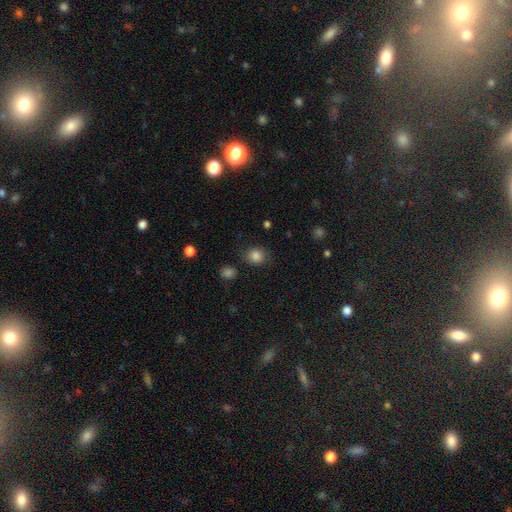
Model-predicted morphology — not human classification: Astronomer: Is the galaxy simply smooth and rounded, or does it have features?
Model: smooth — 84%.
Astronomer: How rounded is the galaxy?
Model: round — 73%.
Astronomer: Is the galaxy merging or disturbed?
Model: none — 79%.